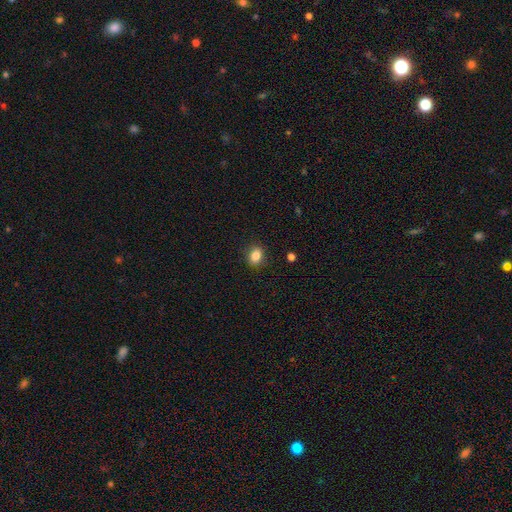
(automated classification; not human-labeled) Morphology: type=smooth (84%); roundness=in between (54%); merging=none (88%).